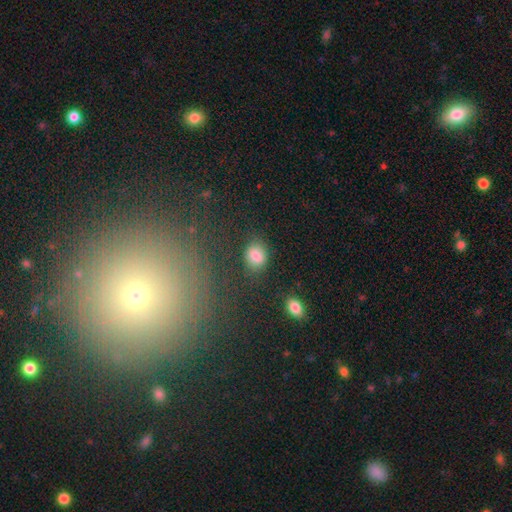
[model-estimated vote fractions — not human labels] smooth-or-featured: smooth: 82% | star or artifact: 10% | featured or disk: 8%
  how-rounded: in between: 53% | round: 46% | cigar-shaped: 1%
  merging: none: 75% | minor disturbance: 16% | major disturbance: 5% | merger: 3%